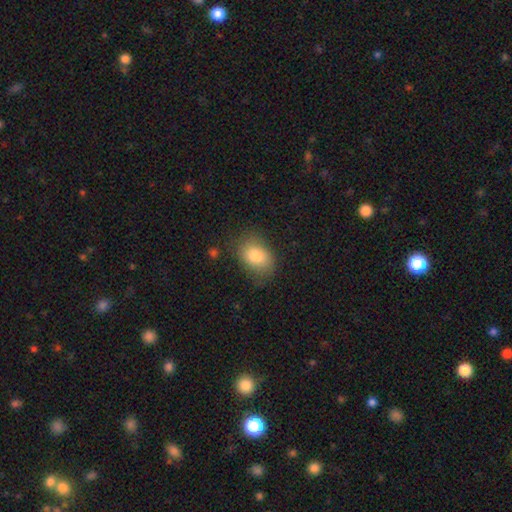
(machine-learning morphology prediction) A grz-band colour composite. It shows a smooth galaxy with no disk features (81%) that is in between round and cigar-shaped (73%). Merging: none (72%).